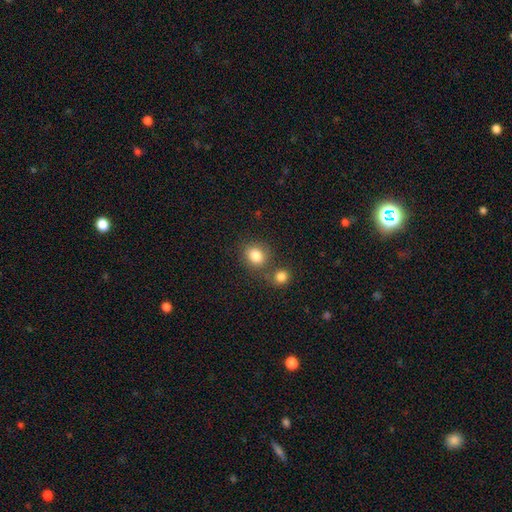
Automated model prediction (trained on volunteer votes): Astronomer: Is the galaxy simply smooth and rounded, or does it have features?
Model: smooth — 83%.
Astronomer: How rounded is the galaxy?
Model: round — 68%.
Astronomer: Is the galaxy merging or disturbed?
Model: none — 63%.